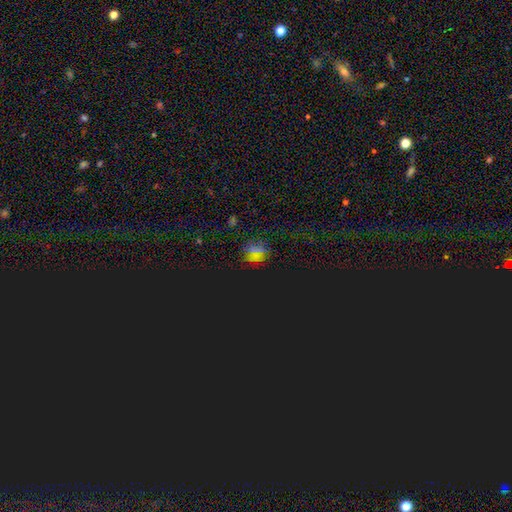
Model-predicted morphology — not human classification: Smooth or featured: star or artifact — 62% (smooth — 31%)